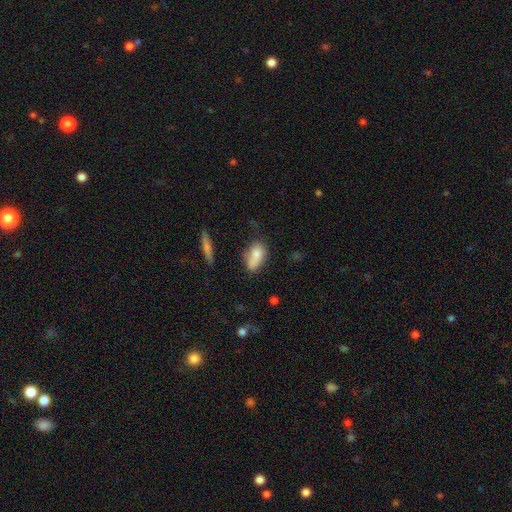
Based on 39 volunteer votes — Volunteers were most divided on "merging": none: 51%, minor disturbance: 26%, merger: 20%, major disturbance: 3%. More confident: how rounded — in between (89%); smooth or featured — smooth (72%).